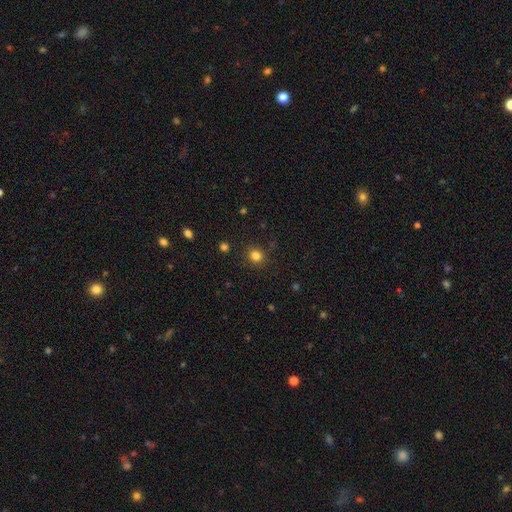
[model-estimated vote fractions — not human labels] smooth_or_featured: smooth (p=0.82) [alt: star or artifact p=0.14]
how_rounded: round (p=0.87) [alt: in between p=0.12]
merging: none (p=0.89) [alt: minor disturbance p=0.07]